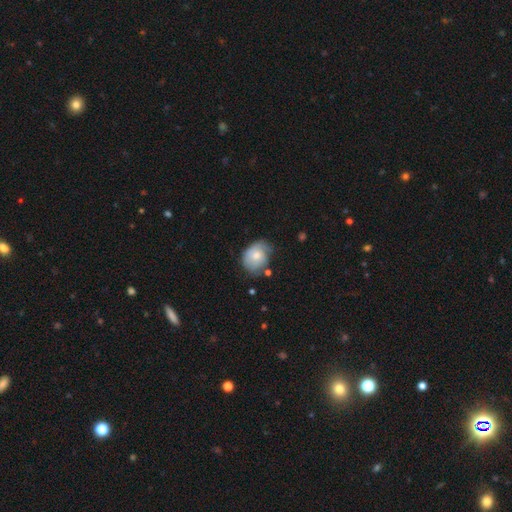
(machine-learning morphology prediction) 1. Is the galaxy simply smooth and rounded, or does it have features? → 60% smooth, 33% featured or disk, 7% star or artifact.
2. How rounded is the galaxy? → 54% round, 46% in between, 1% cigar-shaped.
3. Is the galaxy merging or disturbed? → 50% none, 35% minor disturbance, 11% major disturbance, 4% merger.